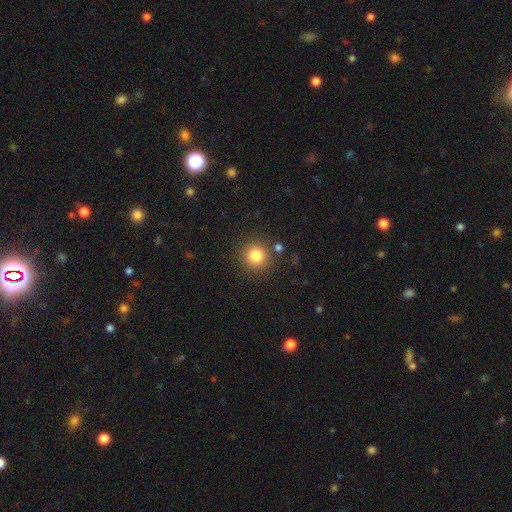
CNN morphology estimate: This is clearly a smooth galaxy (82%). How rounded: clearly round (94%). Merging: clearly none (85%).